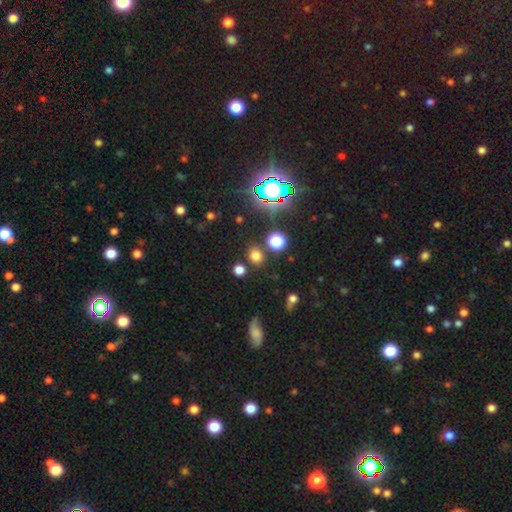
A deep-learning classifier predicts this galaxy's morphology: The model was most divided on "how rounded": round: 72%, in between: 27%, cigar-shaped: 1%. More confident: merging — none (83%); smooth or featured — smooth (70%).